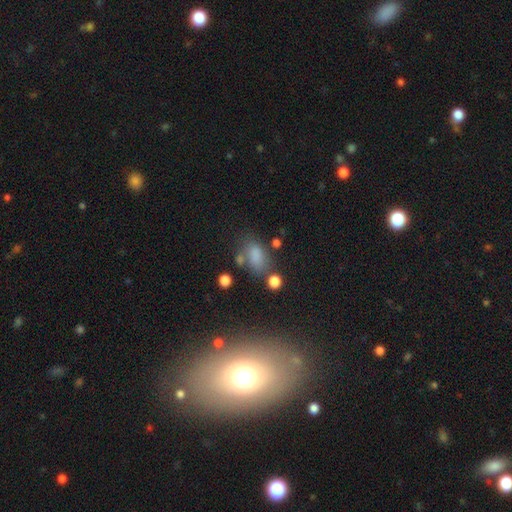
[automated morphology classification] Smooth or featured: smooth — 75% (star or artifact — 15%)
How rounded: in between — 85% (round — 12%)
Merging: none — 51% (minor disturbance — 22%)